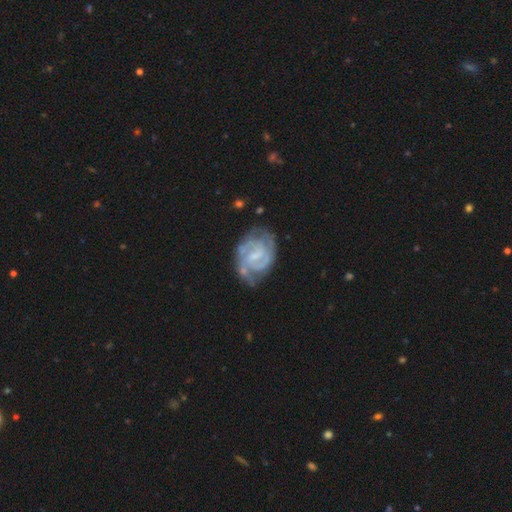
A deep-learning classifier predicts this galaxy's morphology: Q: Smooth or featured?
A: featured or disk (88%); runner-up: smooth (8%)
Q: Edge-on disk?
A: no (98%); runner-up: yes (2%)
Q: Bar?
A: weak (58%); runner-up: no (22%)
Q: Spiral arms?
A: yes (96%); runner-up: no (4%)
Q: Spiral winding?
A: tight (50%); runner-up: medium (42%)
Q: Spiral arm count?
A: 2 (63%); runner-up: can't tell (14%)
Q: Bulge size?
A: small (55%); runner-up: moderate (22%)
Q: Merging?
A: none (63%); runner-up: minor disturbance (23%)